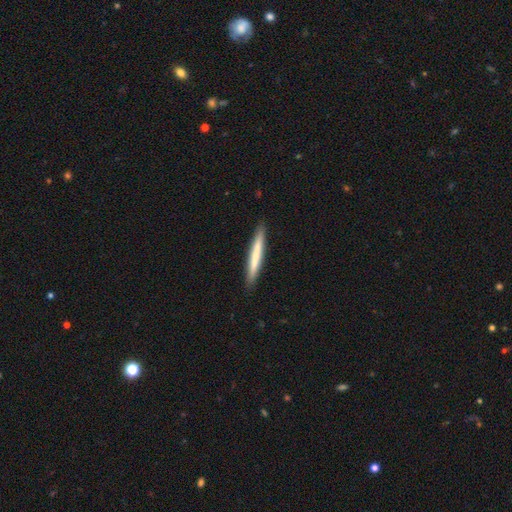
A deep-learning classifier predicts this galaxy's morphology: type=smooth (64%); roundness=cigar-shaped (96%); merging=none (91%).